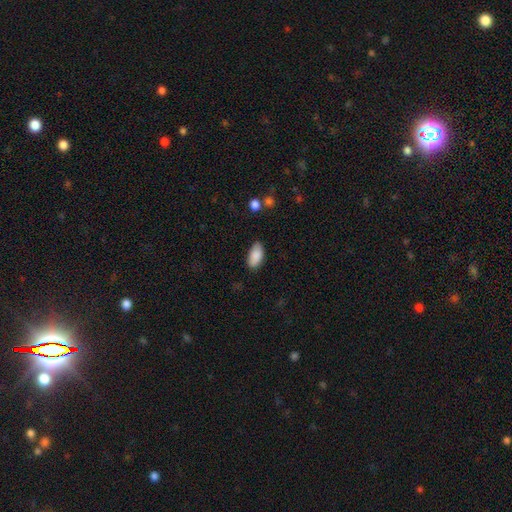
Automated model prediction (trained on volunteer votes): smooth 89%, star or artifact 7%, featured or disk 5%. Down the decision tree: how rounded — in between (93%); merging — none (82%).